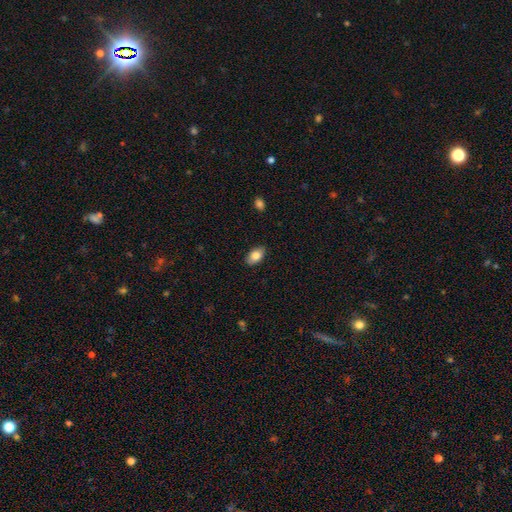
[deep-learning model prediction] This appears to be a smooth galaxy with no disk features (81%) that is in between round and cigar-shaped (93%). Merging: none (88%).